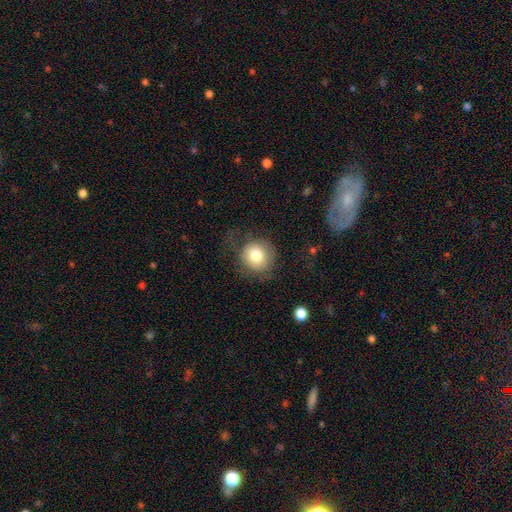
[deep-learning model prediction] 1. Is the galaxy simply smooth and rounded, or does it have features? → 78% smooth, 13% featured or disk, 9% star or artifact.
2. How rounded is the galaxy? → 90% round, 9% in between, 1% cigar-shaped.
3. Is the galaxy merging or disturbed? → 69% none, 17% minor disturbance, 12% major disturbance, 1% merger.